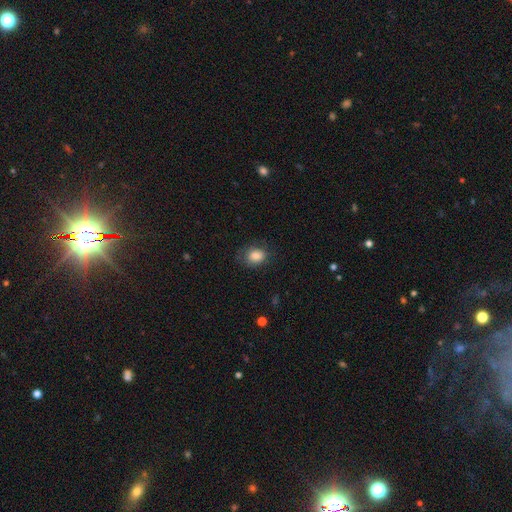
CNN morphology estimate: Smooth or featured: smooth — 85% (star or artifact — 8%)
How rounded: in between — 65% (round — 34%)
Merging: none — 73% (minor disturbance — 19%)